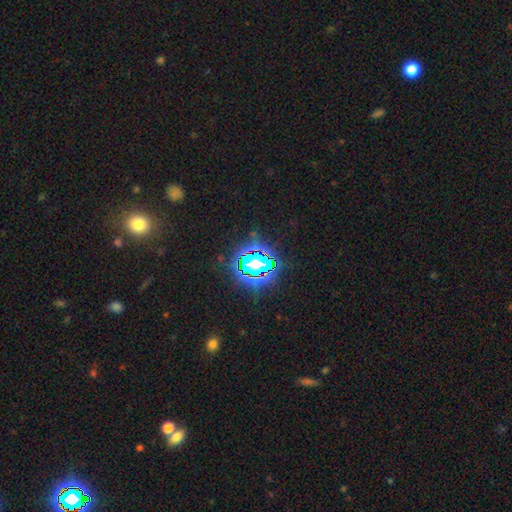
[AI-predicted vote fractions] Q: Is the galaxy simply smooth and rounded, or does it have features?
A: star or artifact — 79%.